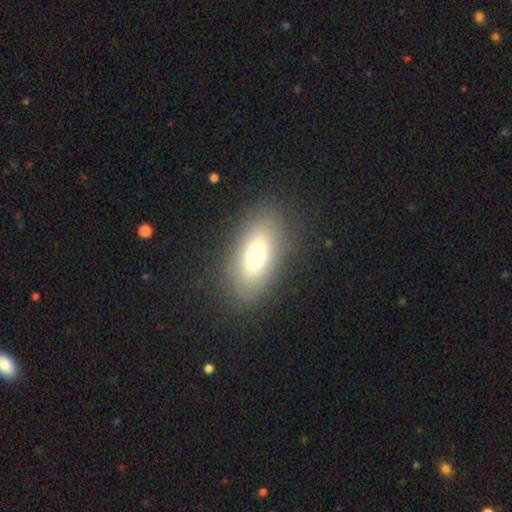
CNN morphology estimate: This is likely a smooth galaxy (70%). How rounded: clearly in between (85%). Merging: clearly none (86%).